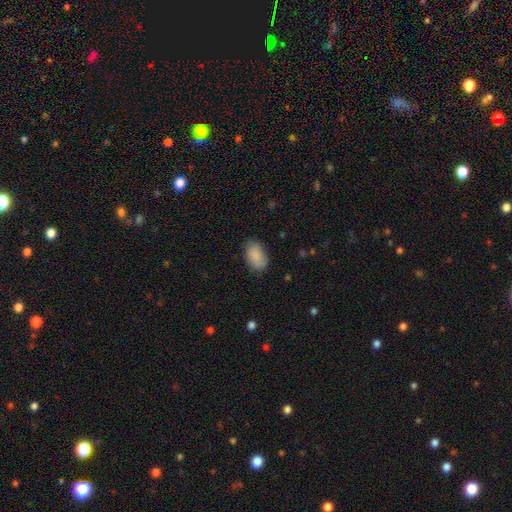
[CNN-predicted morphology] A smooth galaxy with no disk features (88%) that is in between round and cigar-shaped (92%). Merging: none (79%).